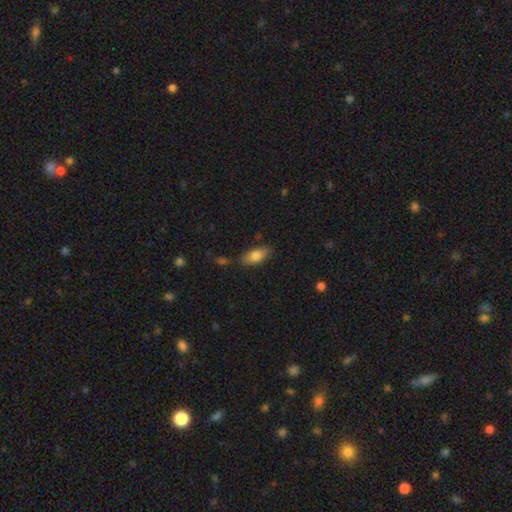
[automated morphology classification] Smooth or featured? Predicted: smooth (p=0.78). How rounded? Predicted: in between (p=0.85). Merging? Predicted: none (p=0.80).